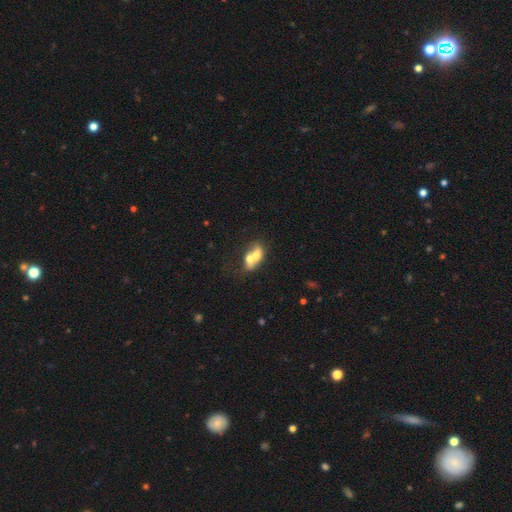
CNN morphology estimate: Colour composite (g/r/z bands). It shows a smooth galaxy with no disk features (59%) that is in between round and cigar-shaped (71%). Merging: merger (67%).